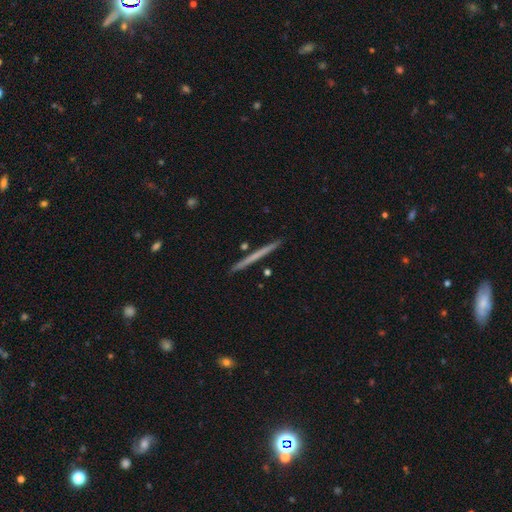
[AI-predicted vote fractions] smooth 48%, featured or disk 47%, star or artifact 5%. Down the decision tree: merging — none (92%).